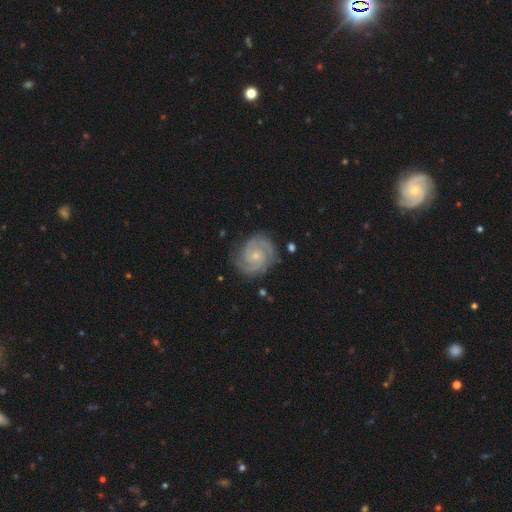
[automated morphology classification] Overall: featured or disk (91%). Edge-on disk: no (98%). Bar: no (69%). Spiral arms: yes (98%). Spiral arm count: 2 (77%). Spiral winding: tight (69%). Bulge size: small (70%). Merging: none (82%).